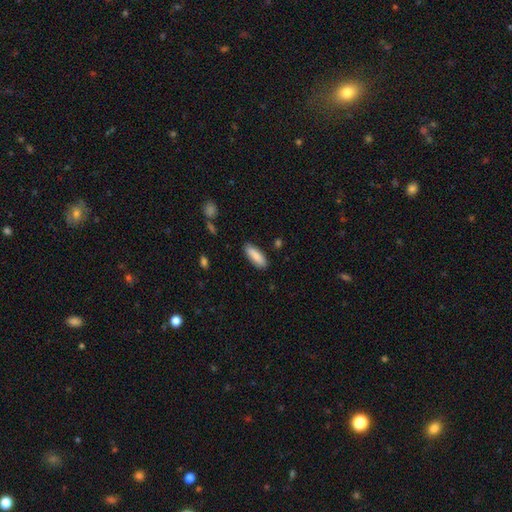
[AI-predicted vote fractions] smooth-or-featured: smooth: 87% | featured or disk: 7% | star or artifact: 6%
  how-rounded: in between: 61% | cigar-shaped: 37% | round: 1%
  merging: none: 86% | minor disturbance: 11% | major disturbance: 2% | merger: 1%